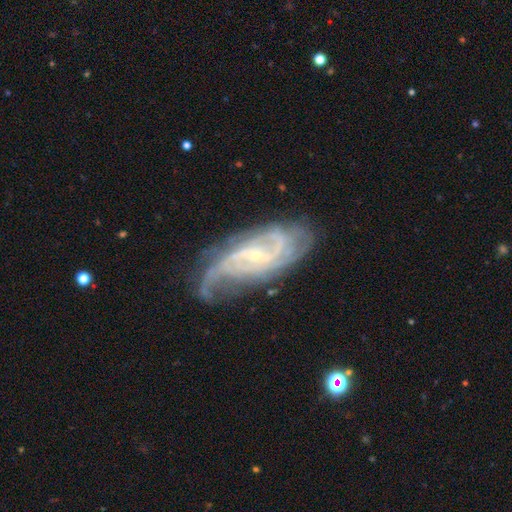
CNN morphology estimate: Smooth or featured: featured or disk — 88% (star or artifact — 6%)
Edge-on disk: no — 94% (yes — 6%)
Bar: weak — 44% (no — 39%)
Spiral arms: yes — 97% (no — 3%)
Spiral winding: medium — 43% (tight — 40%)
Spiral arm count: 2 — 30% (can't tell — 25%)
Bulge size: small — 84% (moderate — 12%)
Merging: none — 60% (minor disturbance — 25%)